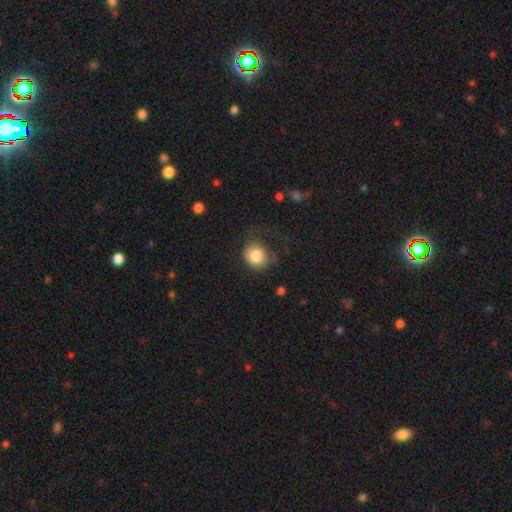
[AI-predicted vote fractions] Smooth or featured: smooth — 82% (featured or disk — 10%)
How rounded: round — 80% (in between — 19%)
Merging: none — 54% (minor disturbance — 23%)